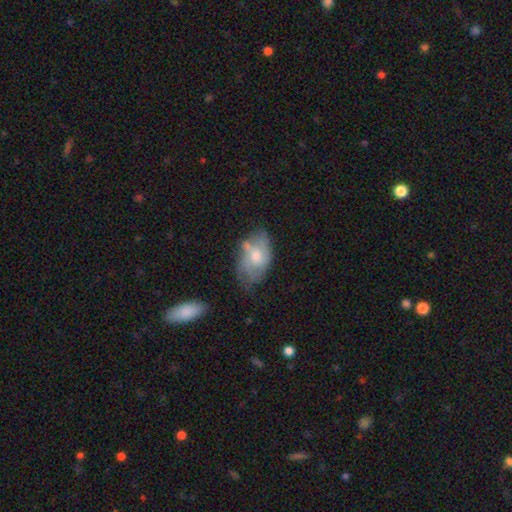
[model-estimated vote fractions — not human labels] smooth-or-featured: featured or disk: 53% | smooth: 39% | star or artifact: 7%
  disk-edge-on: no: 94% | yes: 6%
    bar: no: 71% | weak: 26% | strong: 3%
    has-spiral-arms: yes: 65% | no: 35%
    bulge-size: moderate: 62% | small: 26% | large: 7% | none: 4% | dominant: 1%
  merging: none: 47% | minor disturbance: 31% | major disturbance: 14% | merger: 8%